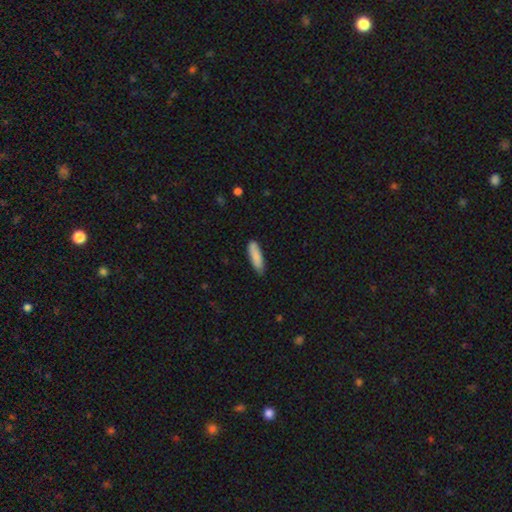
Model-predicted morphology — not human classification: smooth-or-featured: smooth: 87% | featured or disk: 7% | star or artifact: 6%
  how-rounded: cigar-shaped: 62% | in between: 36% | round: 1%
  merging: none: 82% | minor disturbance: 15% | major disturbance: 2% | merger: 1%